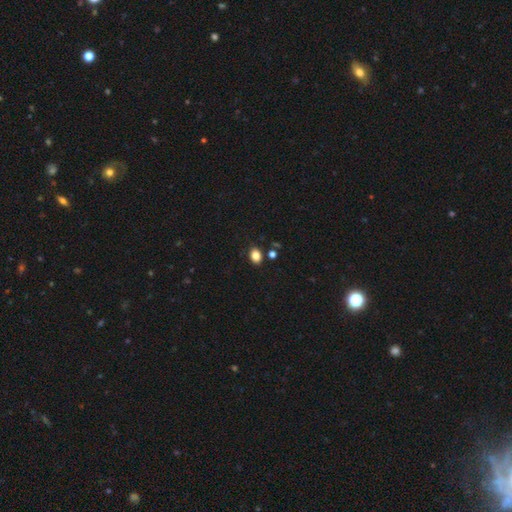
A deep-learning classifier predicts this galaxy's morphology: smooth_or_featured: smooth (p=0.84) [alt: star or artifact p=0.11]
how_rounded: in between (p=0.68) [alt: round p=0.31]
merging: none (p=0.84) [alt: minor disturbance p=0.10]